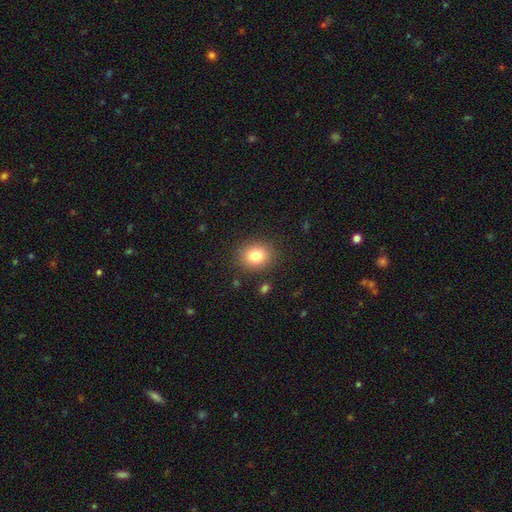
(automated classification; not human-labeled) Overall: smooth (81%). How rounded: round (68%; in between 31%). Merging: none (87%).